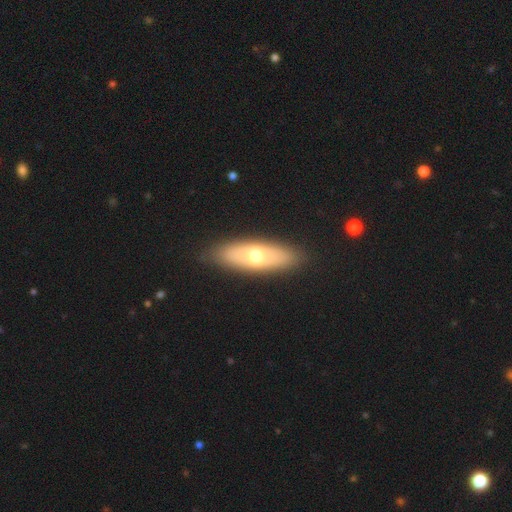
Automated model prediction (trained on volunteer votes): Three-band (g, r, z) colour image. It shows a smooth galaxy with no disk features (56%) that is in between round and cigar-shaped (57%). Merging: none (88%).